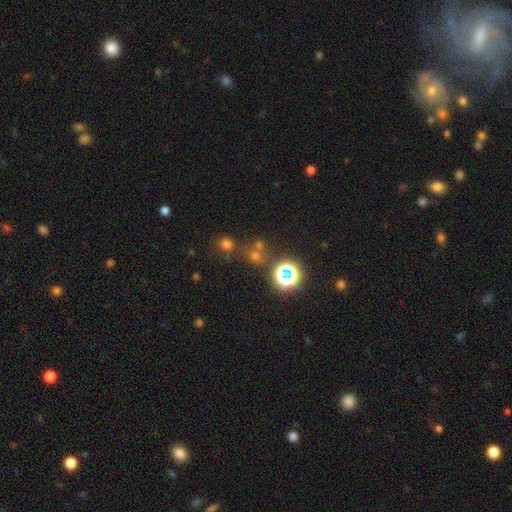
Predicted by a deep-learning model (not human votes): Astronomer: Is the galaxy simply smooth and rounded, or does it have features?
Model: star or artifact — 48% (runner-up: smooth, 44%).